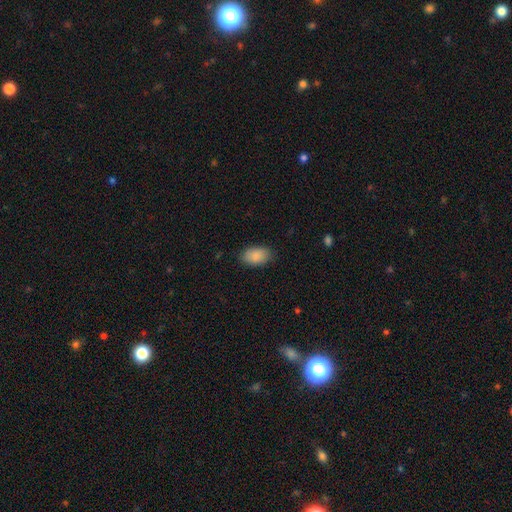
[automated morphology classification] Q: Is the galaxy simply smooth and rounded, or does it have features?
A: smooth — 89%.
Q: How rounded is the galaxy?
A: in between — 93%.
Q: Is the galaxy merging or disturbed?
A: none — 85%.